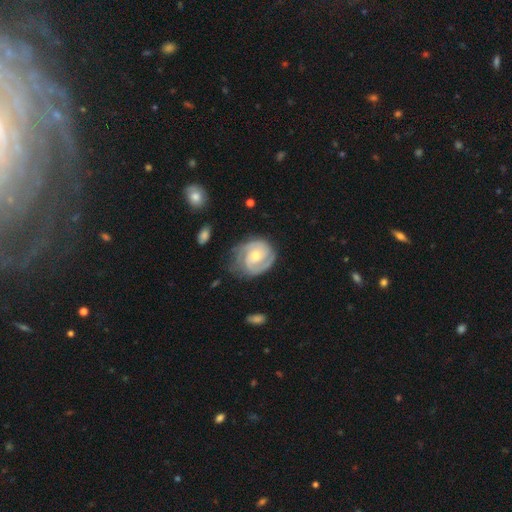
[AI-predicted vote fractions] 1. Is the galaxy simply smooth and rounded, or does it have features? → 84% featured or disk, 12% smooth, 4% star or artifact.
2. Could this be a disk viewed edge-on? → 98% no, 2% yes.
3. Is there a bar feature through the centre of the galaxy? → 60% no, 33% weak, 7% strong.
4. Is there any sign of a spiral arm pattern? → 95% yes, 5% no.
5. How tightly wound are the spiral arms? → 58% tight, 34% medium, 8% loose.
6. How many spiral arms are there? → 61% 2, 17% can't tell, 13% 3, 5% 1, 3% 4, 2% more than 4.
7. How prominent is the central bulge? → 49% moderate, 46% small, 3% large, 1% none, 1% dominant.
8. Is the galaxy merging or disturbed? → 64% none, 23% minor disturbance, 11% major disturbance, 2% merger.